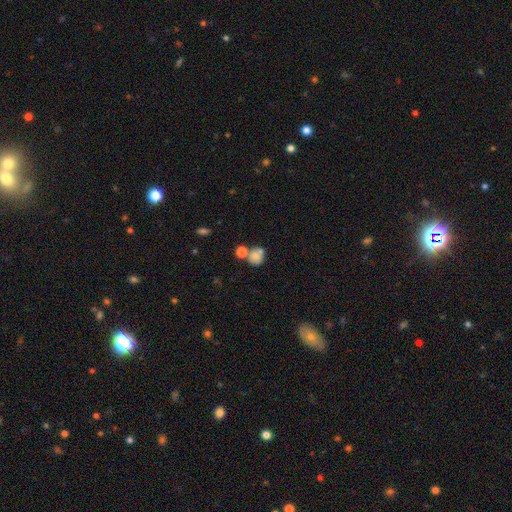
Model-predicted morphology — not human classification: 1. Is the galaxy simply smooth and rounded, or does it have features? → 72% smooth, 17% featured or disk, 11% star or artifact.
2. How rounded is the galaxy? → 74% round, 24% in between, 1% cigar-shaped.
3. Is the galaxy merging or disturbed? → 44% none, 35% merger, 14% minor disturbance, 7% major disturbance.